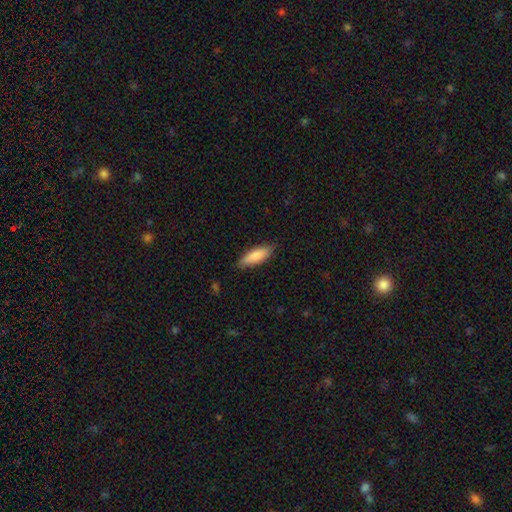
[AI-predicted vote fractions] smooth-or-featured: smooth: 80% | featured or disk: 14% | star or artifact: 6%
  how-rounded: in between: 51% | cigar-shaped: 48% | round: 2%
  merging: none: 83% | minor disturbance: 14% | major disturbance: 2% | merger: 1%